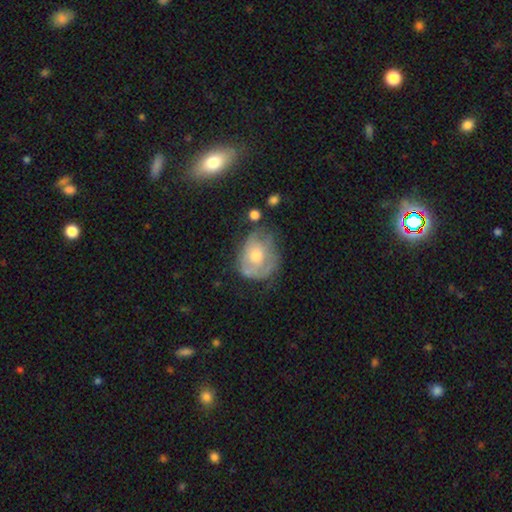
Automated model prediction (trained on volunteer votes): Smooth or featured? featured or disk (48%)
Merging? none (47%)